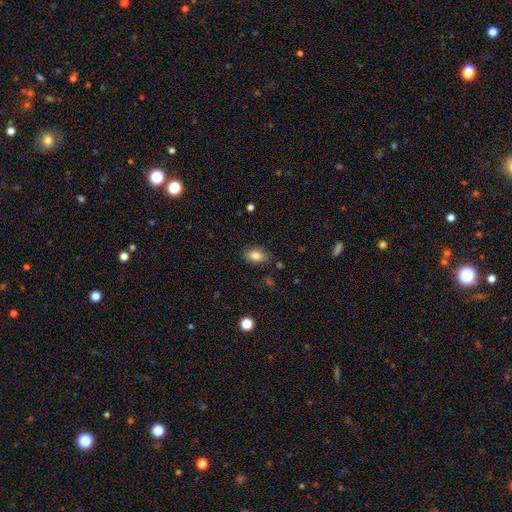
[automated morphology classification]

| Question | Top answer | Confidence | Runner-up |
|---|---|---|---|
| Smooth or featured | smooth | 82% | featured or disk (9%) |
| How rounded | in between | 88% | round (9%) |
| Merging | none | 83% | minor disturbance (13%) |